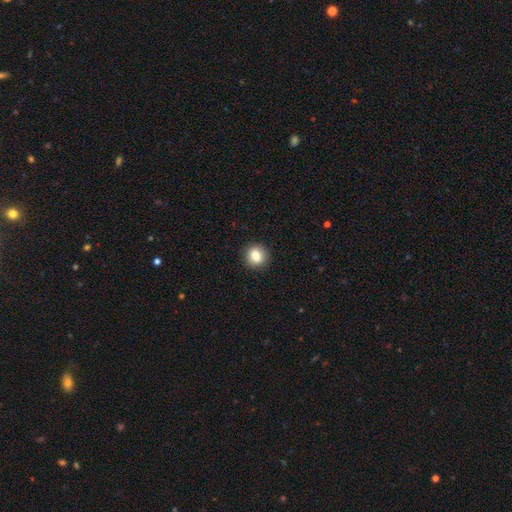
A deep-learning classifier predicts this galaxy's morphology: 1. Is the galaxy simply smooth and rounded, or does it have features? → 84% smooth, 9% star or artifact, 7% featured or disk.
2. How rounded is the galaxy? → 82% round, 17% in between, 1% cigar-shaped.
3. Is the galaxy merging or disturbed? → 91% none, 6% minor disturbance, 2% major disturbance, 1% merger.